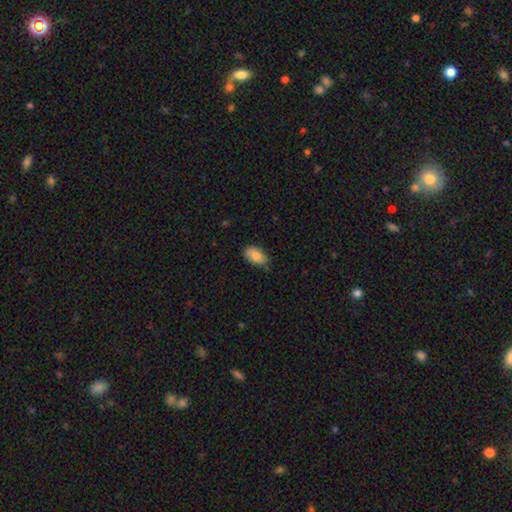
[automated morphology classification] smooth 85%, featured or disk 8%, star or artifact 7%. Down the decision tree: how rounded — in between (93%); merging — none (70%).